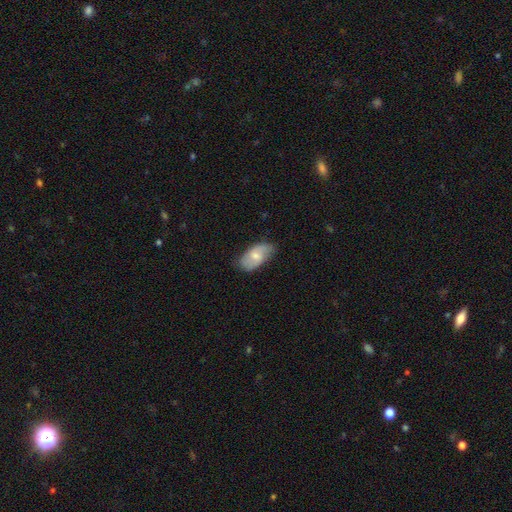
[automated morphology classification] Overall: smooth (63%; featured or disk 30%). How rounded: in between (93%). Merging: none (72%).